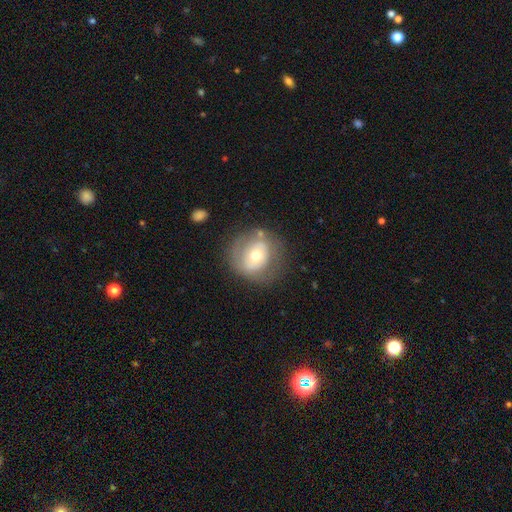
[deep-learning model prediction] Overall: smooth (49%; featured or disk 43%). Merging: none (67%).